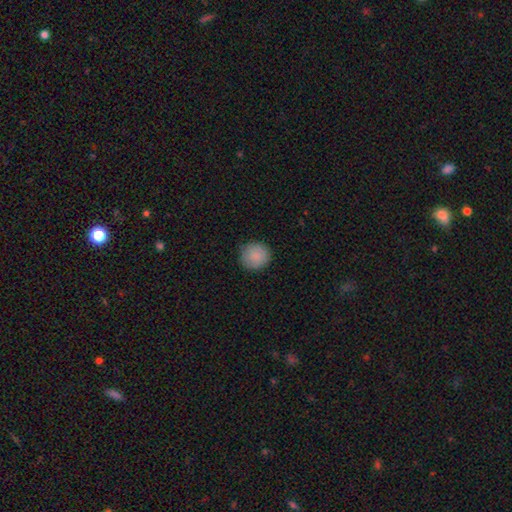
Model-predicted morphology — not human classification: Smooth or featured: smooth — 88% (star or artifact — 8%)
How rounded: round — 92% (in between — 7%)
Merging: none — 87% (minor disturbance — 10%)